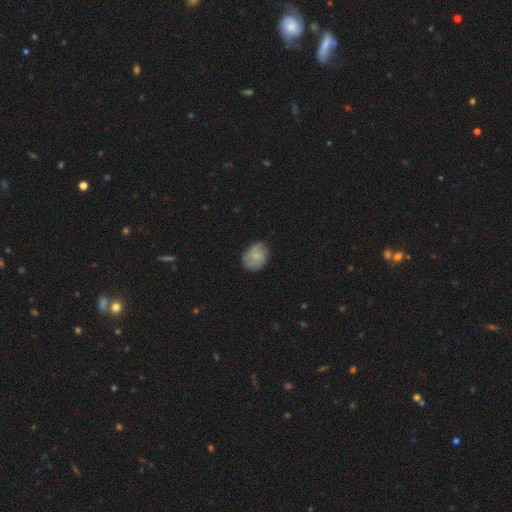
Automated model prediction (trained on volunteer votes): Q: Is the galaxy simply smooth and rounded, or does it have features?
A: smooth — 47%.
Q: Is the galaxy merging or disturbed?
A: none — 71%.